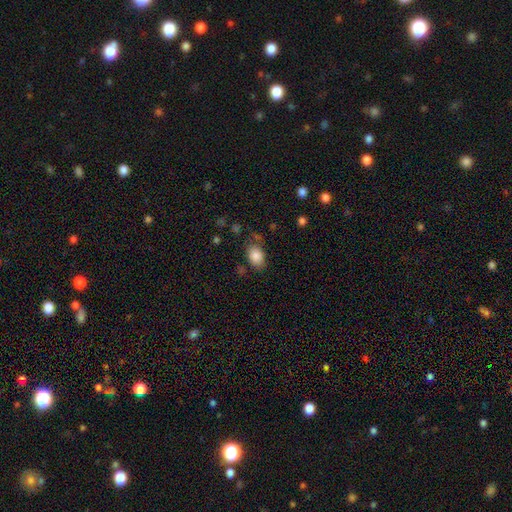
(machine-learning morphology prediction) smooth 86%, star or artifact 8%, featured or disk 6%. Down the decision tree: how rounded — in between (80%); merging — none (71%).